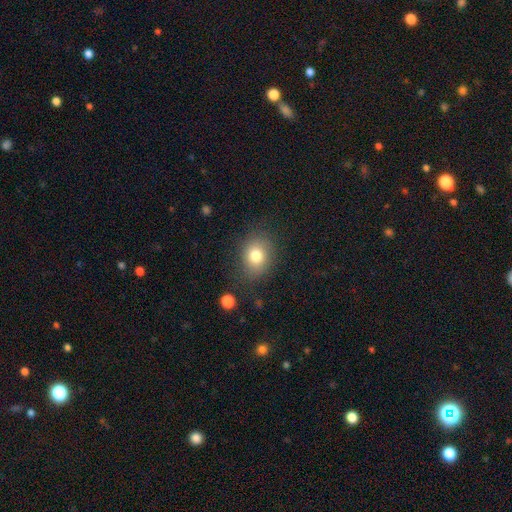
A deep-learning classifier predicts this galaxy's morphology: smooth-or-featured: smooth: 79% | star or artifact: 11% | featured or disk: 10%
  how-rounded: round: 55% | in between: 45% | cigar-shaped: 1%
  merging: none: 80% | minor disturbance: 13% | major disturbance: 5% | merger: 2%